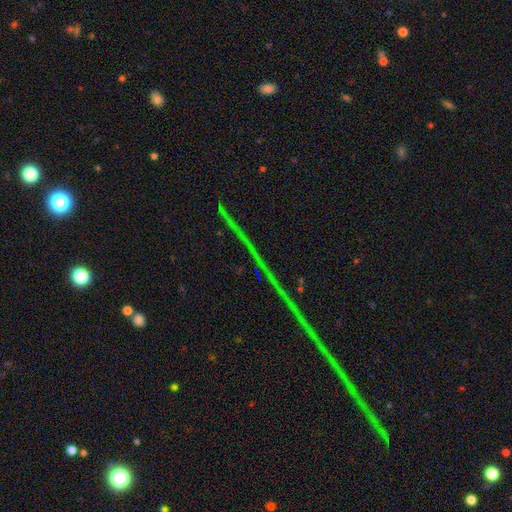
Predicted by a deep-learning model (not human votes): smooth_or_featured: star or artifact (p=0.79) [alt: featured or disk p=0.13]